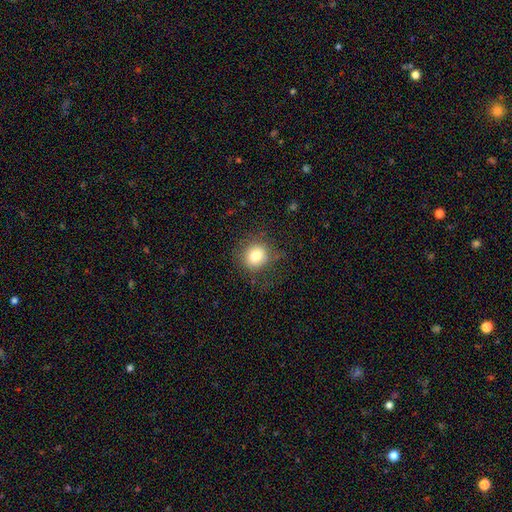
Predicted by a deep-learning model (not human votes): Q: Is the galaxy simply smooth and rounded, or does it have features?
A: smooth — 80%.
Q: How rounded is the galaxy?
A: round — 81%.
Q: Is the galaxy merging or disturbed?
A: none — 74%.